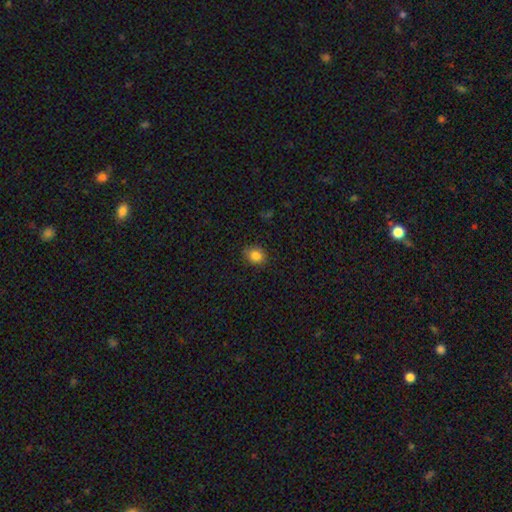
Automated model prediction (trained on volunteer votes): Morphology: type=smooth (84%); roundness=round (73%); merging=none (88%).